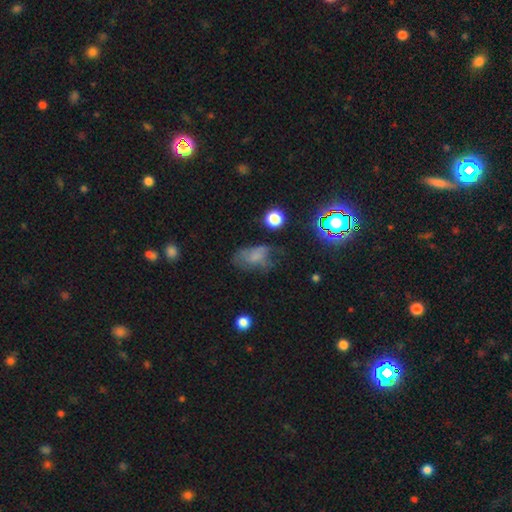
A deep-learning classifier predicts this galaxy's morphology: A smooth galaxy with no disk features (52%) that is in between round and cigar-shaped (83%). Merging: none (34%).